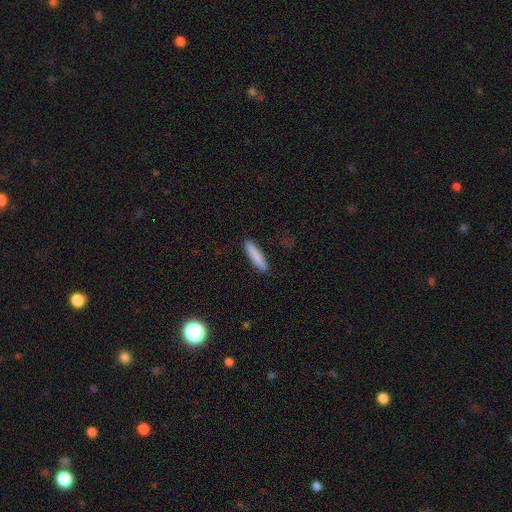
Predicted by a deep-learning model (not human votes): Smooth or featured? Predicted: smooth (p=0.86). How rounded? Predicted: cigar-shaped (p=0.87). Merging? Predicted: none (p=0.91).